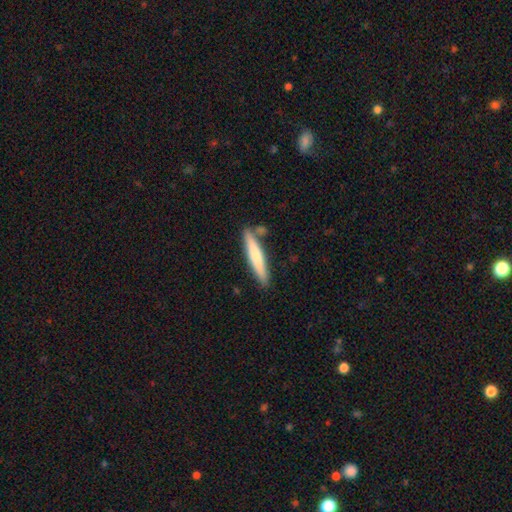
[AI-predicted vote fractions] Q: Smooth or featured?
A: smooth (68%); runner-up: featured or disk (27%)
Q: How rounded?
A: cigar-shaped (92%); runner-up: in between (7%)
Q: Merging?
A: none (79%); runner-up: minor disturbance (11%)